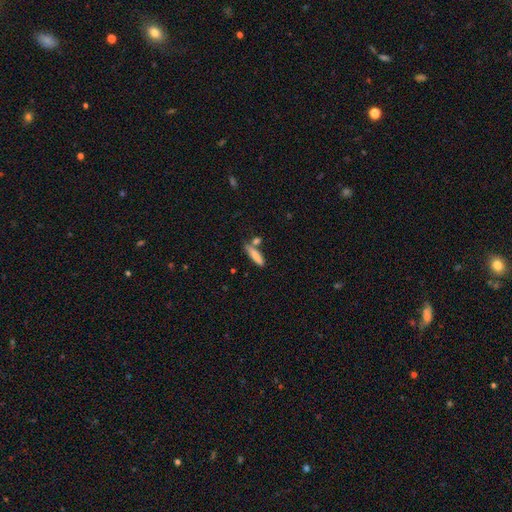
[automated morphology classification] smooth-or-featured: smooth: 79% | featured or disk: 14% | star or artifact: 7%
  how-rounded: cigar-shaped: 75% | in between: 23% | round: 2%
  merging: none: 61% | merger: 18% | minor disturbance: 16% | major disturbance: 4%